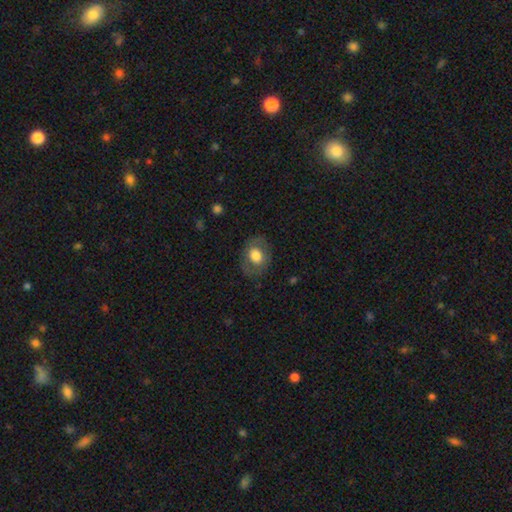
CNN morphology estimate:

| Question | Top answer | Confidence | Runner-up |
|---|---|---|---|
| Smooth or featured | smooth | 65% | featured or disk (28%) |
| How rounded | in between | 60% | round (39%) |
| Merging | none | 78% | minor disturbance (15%) |